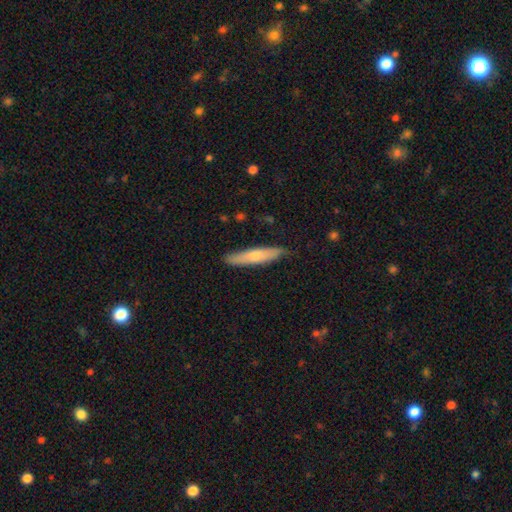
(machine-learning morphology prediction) This appears to be a smooth galaxy with no disk features (63%) that is cigar-shaped (86%). Merging: none (84%).